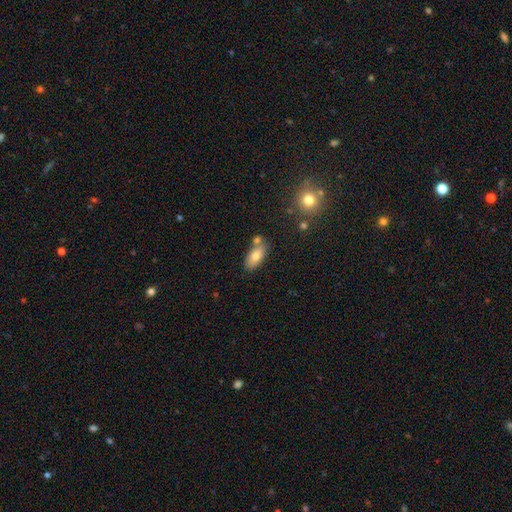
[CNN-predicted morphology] A smooth galaxy with no disk features (78%) that is in between round and cigar-shaped (90%). Merging: none (66%).